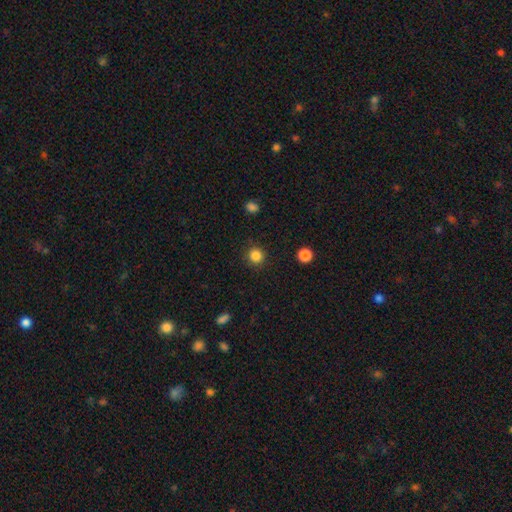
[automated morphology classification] This is clearly a smooth galaxy (84%). How rounded: clearly round (93%). Merging: clearly none (90%).